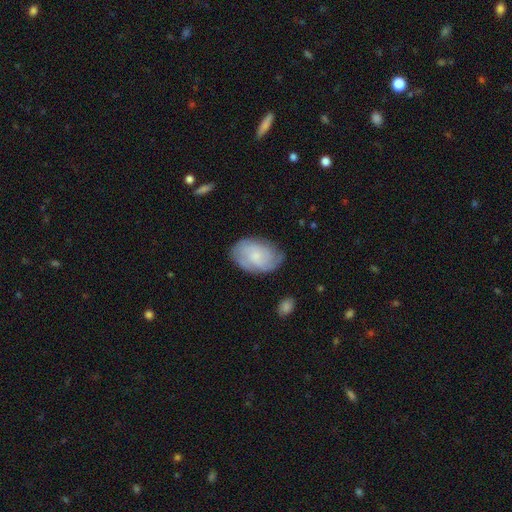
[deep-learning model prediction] featured or disk 55%, smooth 39%, star or artifact 7%. Down the decision tree: edge-on disk — no (97%); bar — no (71%); spiral arms — yes (86%); bulge size — small (66%); merging — none (72%).